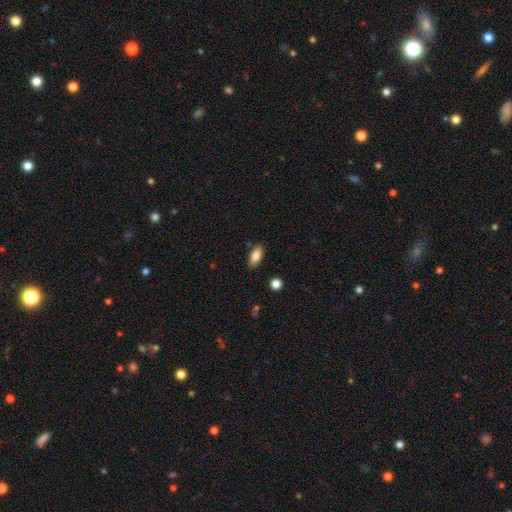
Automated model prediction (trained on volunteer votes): This is clearly a smooth galaxy (85%). How rounded: clearly in between (88%). Merging: clearly none (85%).